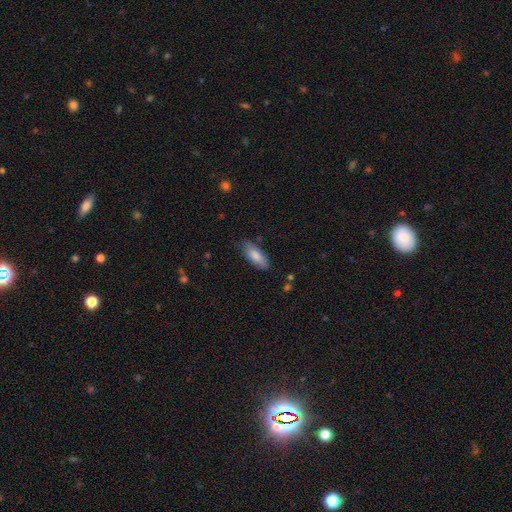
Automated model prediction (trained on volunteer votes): smooth-or-featured: smooth: 81% | featured or disk: 12% | star or artifact: 6%
  how-rounded: in between: 76% | cigar-shaped: 22% | round: 2%
  merging: none: 79% | minor disturbance: 16% | major disturbance: 3% | merger: 2%